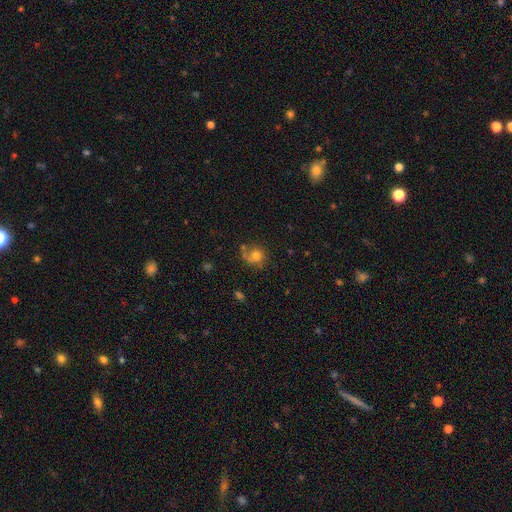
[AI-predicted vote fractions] A smooth galaxy with no disk features (72%) that is round (78%).

Vote fractions:
- Smooth or featured? smooth: 72% / featured or disk: 15% / star or artifact: 13%
- How rounded? round: 78% / in between: 21% / cigar-shaped: 1%
- Merging? none: 52% / minor disturbance: 22% / merger: 14% / major disturbance: 13%